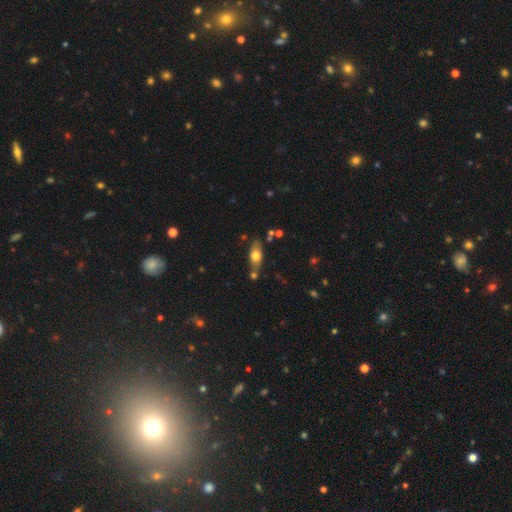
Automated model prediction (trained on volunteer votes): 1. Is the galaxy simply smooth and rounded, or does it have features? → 64% smooth, 28% featured or disk, 8% star or artifact.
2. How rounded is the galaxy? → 71% in between, 23% cigar-shaped, 6% round.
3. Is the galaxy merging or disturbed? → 64% none, 17% minor disturbance, 14% merger, 5% major disturbance.